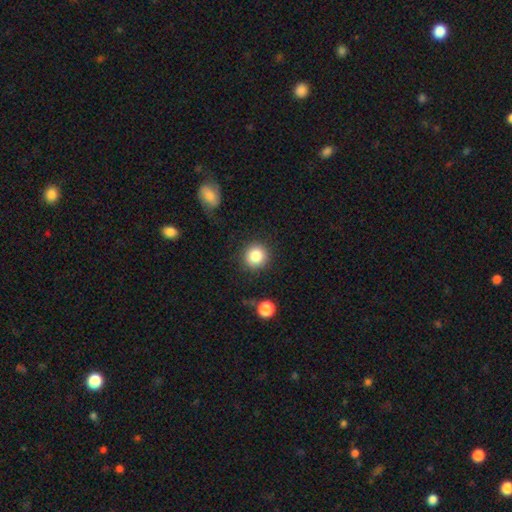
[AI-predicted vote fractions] Smooth or featured? Predicted: smooth (p=0.84). How rounded? Predicted: round (p=0.93). Merging? Predicted: none (p=0.87).